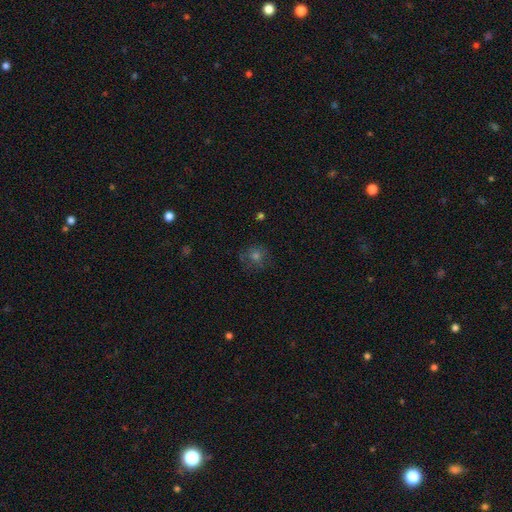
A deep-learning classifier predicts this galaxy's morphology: Smooth or featured: smooth — 51% (star or artifact — 27%)
How rounded: round — 86% (in between — 13%)
Merging: none — 76% (minor disturbance — 15%)